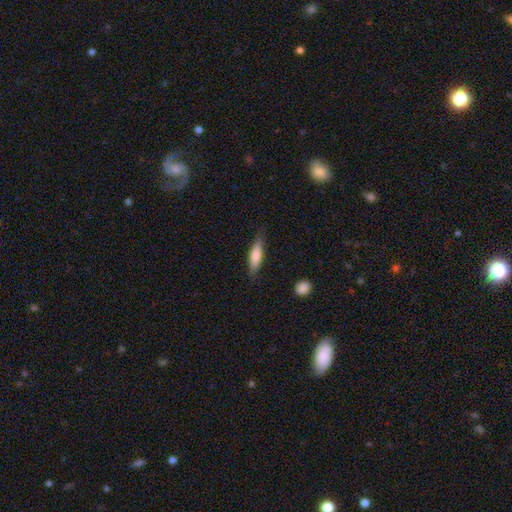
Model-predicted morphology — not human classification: Smooth or featured: smooth — 71% (featured or disk — 23%)
How rounded: cigar-shaped — 65% (in between — 33%)
Merging: none — 80% (minor disturbance — 15%)